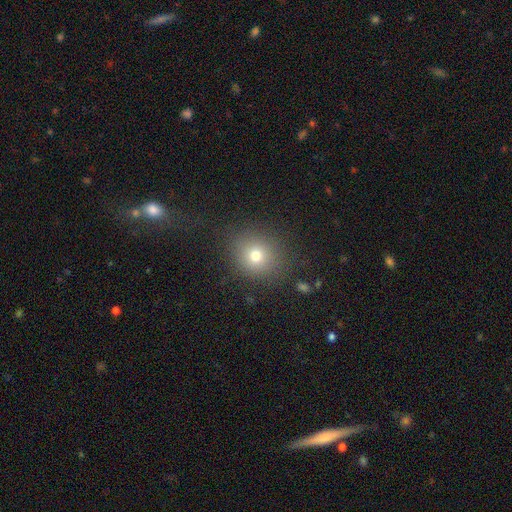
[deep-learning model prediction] smooth 74%, star or artifact 15%, featured or disk 10%. Down the decision tree: how rounded — round (83%); merging — none (83%).